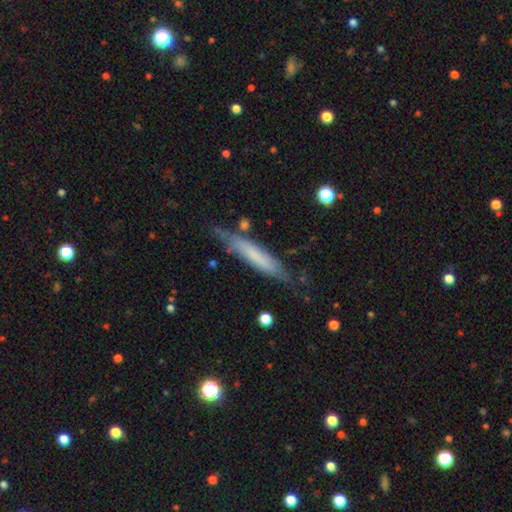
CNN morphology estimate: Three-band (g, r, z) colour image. It shows a smooth galaxy with no disk features (59%) that is cigar-shaped (89%). Merging: none (72%).